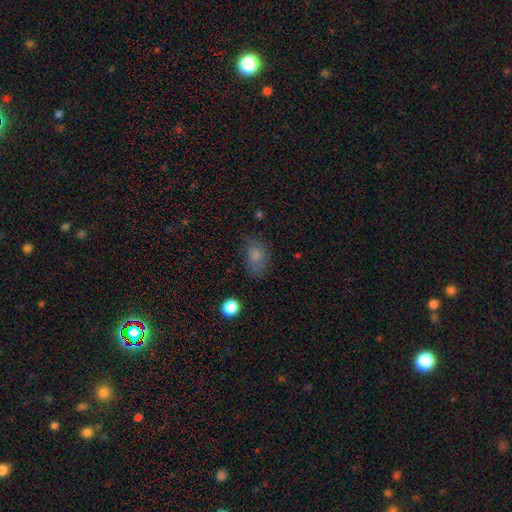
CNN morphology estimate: Smooth or featured: smooth — 77% (star or artifact — 12%)
How rounded: in between — 78% (round — 20%)
Merging: none — 66% (minor disturbance — 23%)